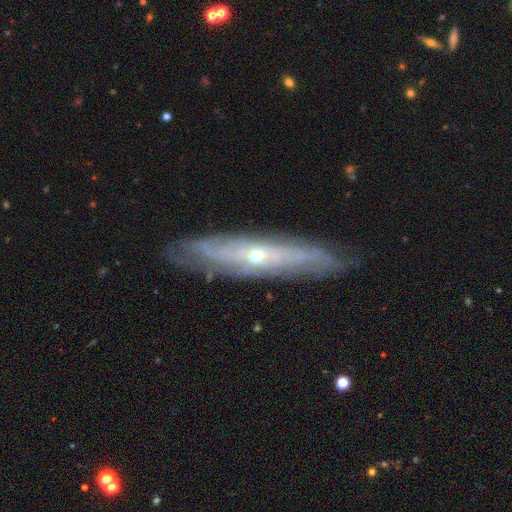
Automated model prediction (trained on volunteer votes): Smooth or featured?
  - featured or disk: 77% *
  - smooth: 16%
  - star or artifact: 6%
Edge-on disk?
  - no: 55% *
  - yes: 45%
Merging?
  - none: 80% *
  - minor disturbance: 15%
  - major disturbance: 4%
  - merger: 1%